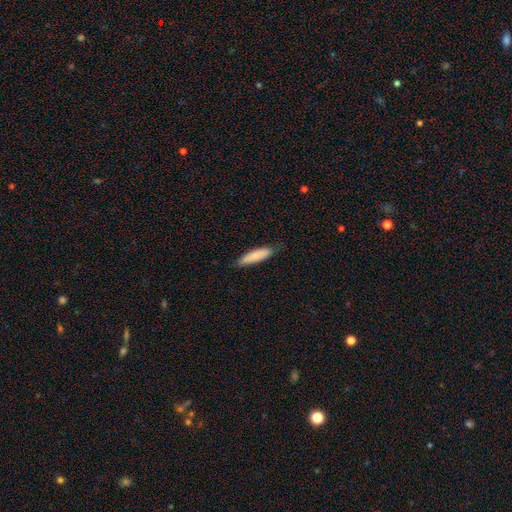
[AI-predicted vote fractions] smooth-or-featured: smooth: 80% | featured or disk: 14% | star or artifact: 6%
  how-rounded: cigar-shaped: 65% | in between: 34% | round: 1%
  merging: none: 80% | minor disturbance: 17% | major disturbance: 2% | merger: 1%